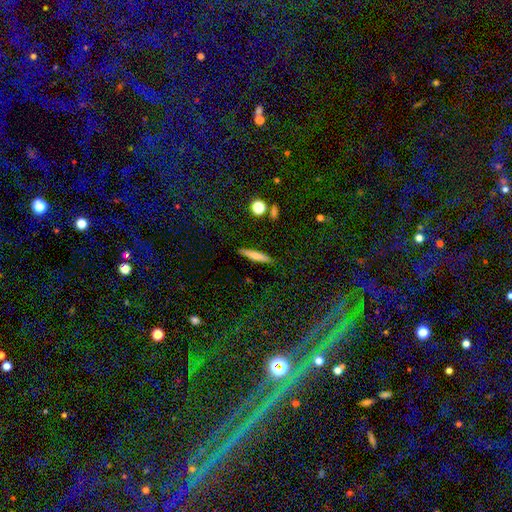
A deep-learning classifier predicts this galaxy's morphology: smooth 62%, featured or disk 30%, star or artifact 8%. Down the decision tree: how rounded — cigar-shaped (86%); merging — none (85%).